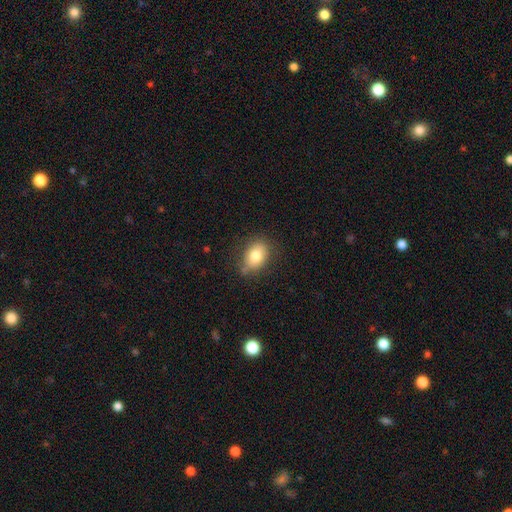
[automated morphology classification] Q: Smooth or featured?
A: smooth (79%); runner-up: featured or disk (13%)
Q: How rounded?
A: in between (72%); runner-up: round (27%)
Q: Merging?
A: none (75%); runner-up: minor disturbance (18%)